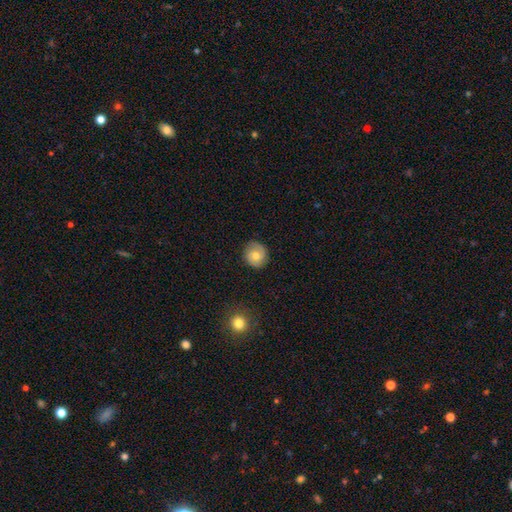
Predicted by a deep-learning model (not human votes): Smooth or featured: smooth — 60% (featured or disk — 31%)
How rounded: round — 89% (in between — 10%)
Merging: none — 84% (minor disturbance — 12%)